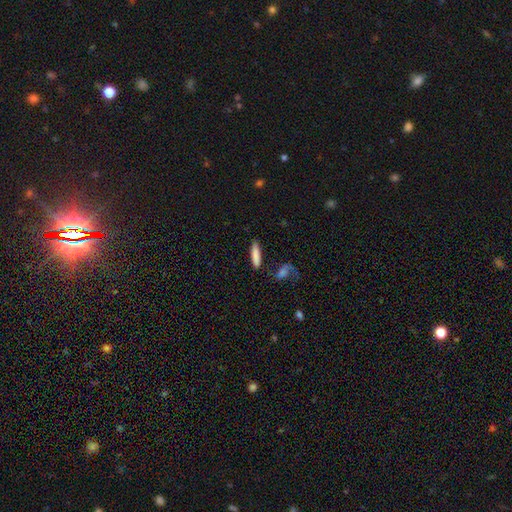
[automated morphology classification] smooth_or_featured: smooth (p=0.81) [alt: featured or disk p=0.12]
how_rounded: cigar-shaped (p=0.79) [alt: in between p=0.19]
merging: none (p=0.77) [alt: minor disturbance p=0.12]